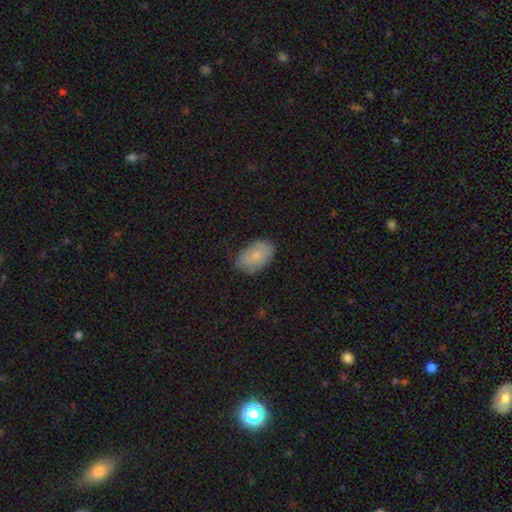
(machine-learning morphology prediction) smooth-or-featured: smooth: 81% | featured or disk: 13% | star or artifact: 7%
  how-rounded: in between: 92% | round: 7% | cigar-shaped: 1%
  merging: none: 74% | minor disturbance: 21% | major disturbance: 4% | merger: 1%